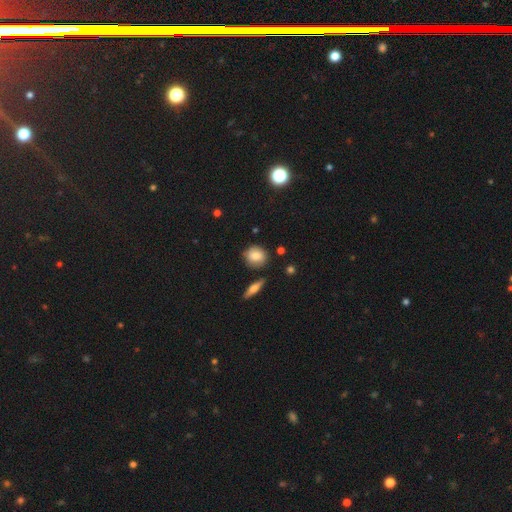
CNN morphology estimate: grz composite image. It shows a smooth galaxy with no disk features (78%) that is round (82%). Merging: none (80%).